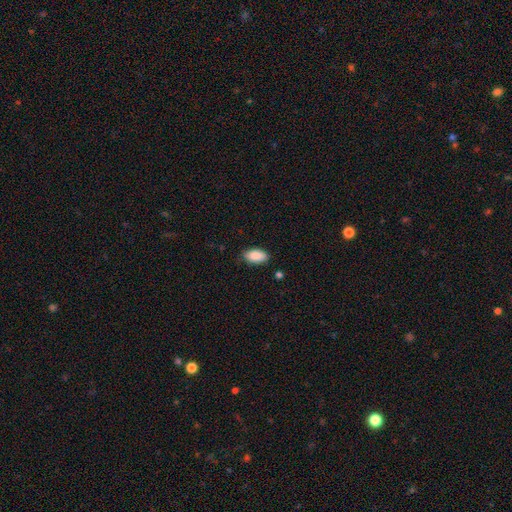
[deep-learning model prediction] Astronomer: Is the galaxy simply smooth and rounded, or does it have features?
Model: smooth — 89%.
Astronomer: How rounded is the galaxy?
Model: in between — 93%.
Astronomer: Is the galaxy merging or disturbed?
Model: none — 83%.